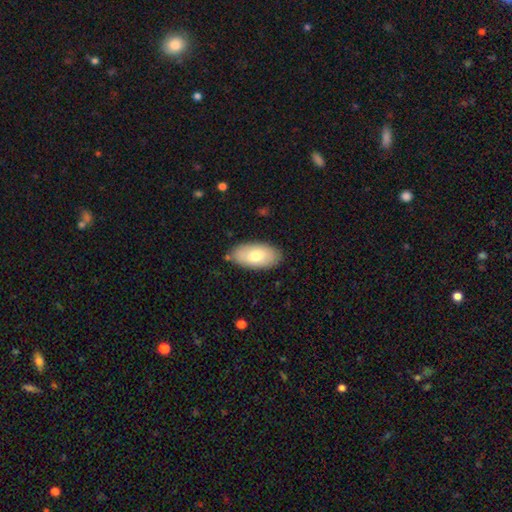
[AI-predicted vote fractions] Morphology: type=smooth (71%); roundness=in between (94%); merging=none (83%).